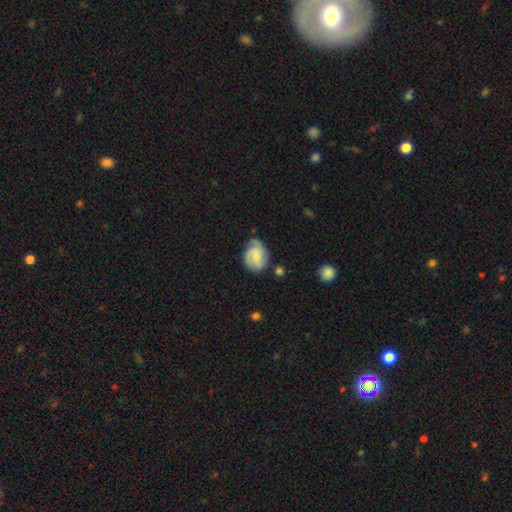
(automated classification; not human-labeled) Smooth or featured?
  - featured or disk: 59% *
  - smooth: 35%
  - star or artifact: 6%
Edge-on disk?
  - no: 97% *
  - yes: 3%
Bar?
  - no: 58% *
  - weak: 36%
  - strong: 6%
Spiral arms?
  - yes: 87% *
  - no: 13%
Bulge size?
  - small: 48% *
  - moderate: 45%
  - none: 4%
  - large: 2%
  - dominant: 1%
Merging?
  - none: 51% *
  - minor disturbance: 34%
  - major disturbance: 11%
  - merger: 4%